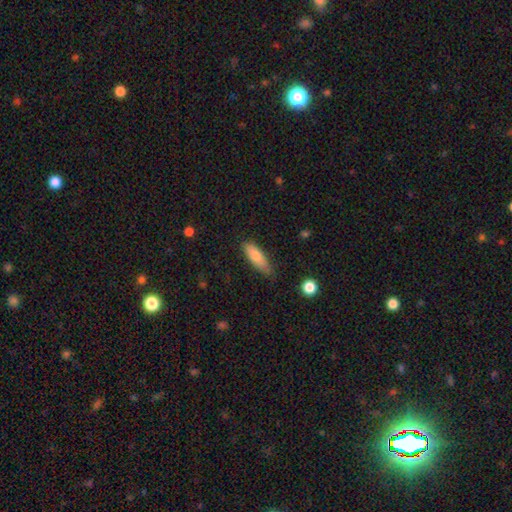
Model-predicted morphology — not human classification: This appears to be a smooth galaxy with no disk features (77%) that is in between round and cigar-shaped (53%). Merging: none (72%).